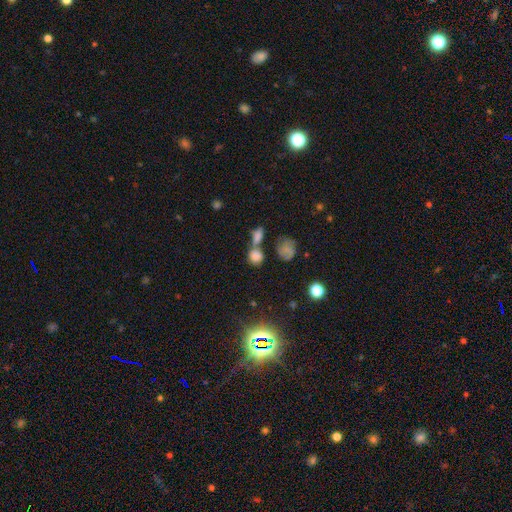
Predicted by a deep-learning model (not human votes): The model was most divided on "merging": merger: 44%, none: 40%, minor disturbance: 10%, major disturbance: 6%. More confident: smooth or featured — smooth (75%); how rounded — round (69%).